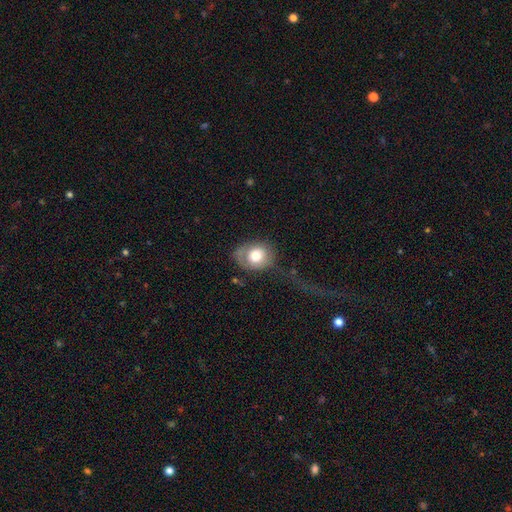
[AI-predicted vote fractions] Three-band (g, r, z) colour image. It shows a smooth galaxy with no disk features (67%) that is round (58%). Merging: none (44%).